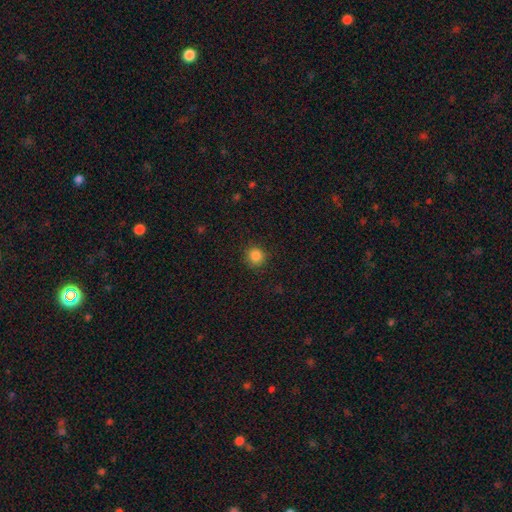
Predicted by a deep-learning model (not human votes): Q: Smooth or featured?
A: smooth (85%); runner-up: star or artifact (11%)
Q: How rounded?
A: round (92%); runner-up: in between (7%)
Q: Merging?
A: none (89%); runner-up: minor disturbance (7%)